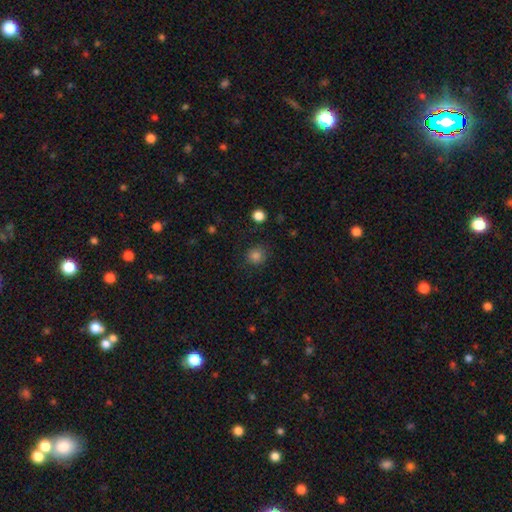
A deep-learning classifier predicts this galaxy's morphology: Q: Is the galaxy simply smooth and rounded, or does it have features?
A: smooth — 83%.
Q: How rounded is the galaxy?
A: round — 82%.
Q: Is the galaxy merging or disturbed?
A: none — 83%.